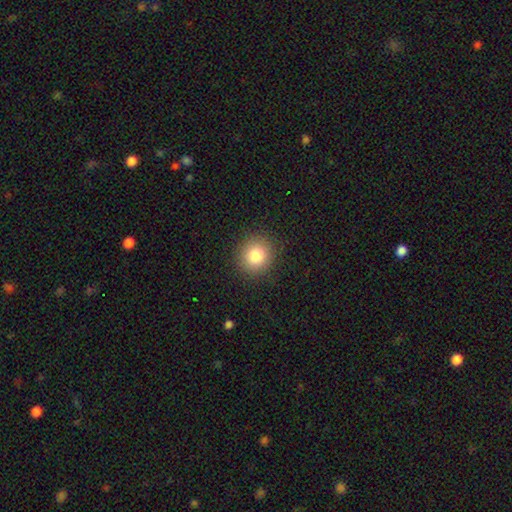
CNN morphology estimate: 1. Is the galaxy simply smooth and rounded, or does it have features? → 82% smooth, 10% star or artifact, 7% featured or disk.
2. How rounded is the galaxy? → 87% round, 12% in between, 1% cigar-shaped.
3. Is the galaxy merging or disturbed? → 90% none, 7% minor disturbance, 2% major disturbance, 1% merger.